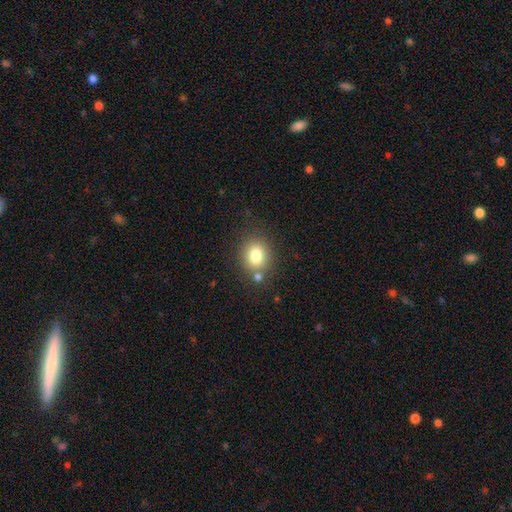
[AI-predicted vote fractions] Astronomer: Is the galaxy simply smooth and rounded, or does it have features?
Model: smooth — 79%.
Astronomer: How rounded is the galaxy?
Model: round — 68%.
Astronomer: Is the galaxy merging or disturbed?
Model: none — 73%.